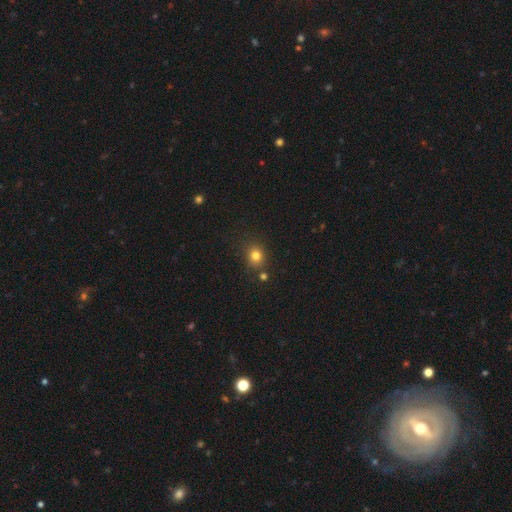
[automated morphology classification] type=smooth (80%); roundness=round (78%); merging=none (78%).